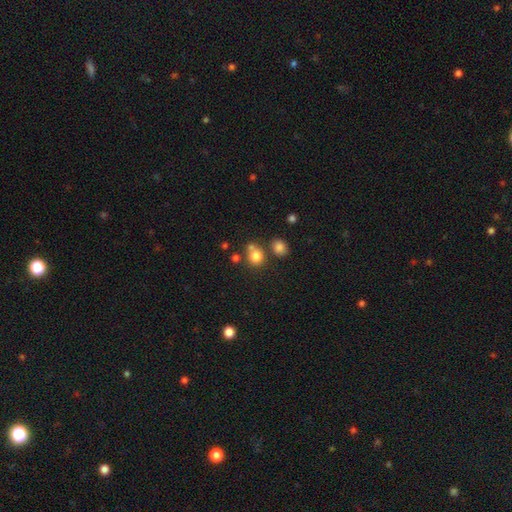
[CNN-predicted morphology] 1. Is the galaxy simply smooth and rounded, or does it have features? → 79% smooth, 13% star or artifact, 7% featured or disk.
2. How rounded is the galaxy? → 83% round, 16% in between, 1% cigar-shaped.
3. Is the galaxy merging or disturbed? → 62% none, 24% merger, 10% minor disturbance, 4% major disturbance.